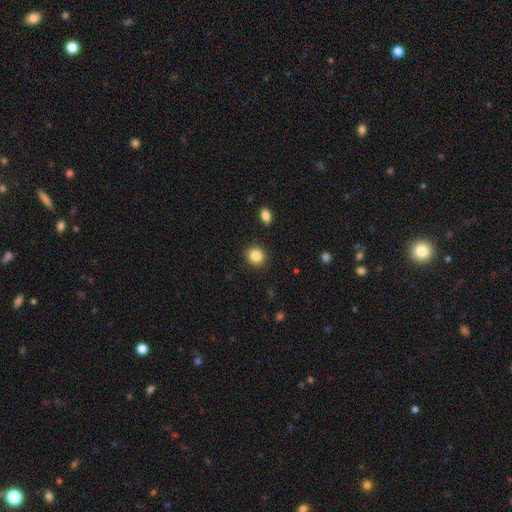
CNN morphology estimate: This appears to be a smooth galaxy with no disk features (86%) that is round (87%). Merging: none (90%).